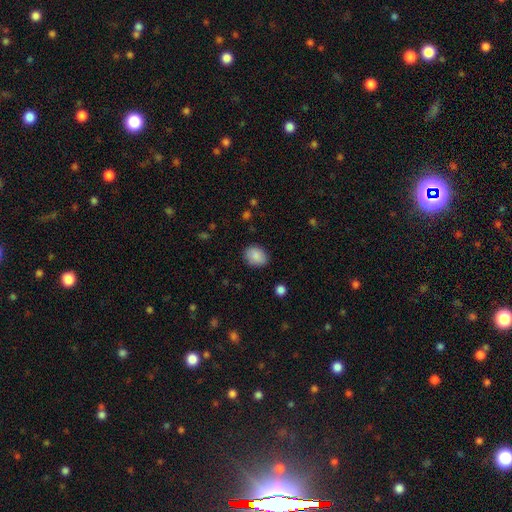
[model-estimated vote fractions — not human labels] A smooth galaxy with no disk features (88%) that is in between round and cigar-shaped (55%).

Vote fractions:
- Smooth or featured? smooth: 88% / star or artifact: 7% / featured or disk: 4%
- How rounded? in between: 55% / round: 44% / cigar-shaped: 1%
- Merging? none: 85% / minor disturbance: 11% / major disturbance: 3% / merger: 1%